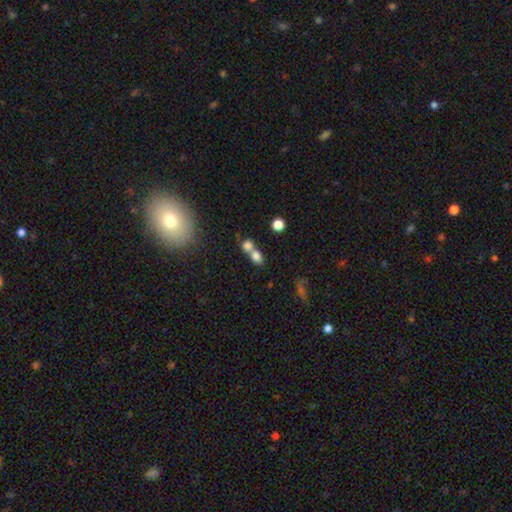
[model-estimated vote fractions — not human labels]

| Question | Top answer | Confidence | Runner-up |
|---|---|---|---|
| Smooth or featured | smooth | 78% | star or artifact (12%) |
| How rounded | in between | 55% | round (42%) |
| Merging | merger | 61% | none (29%) |